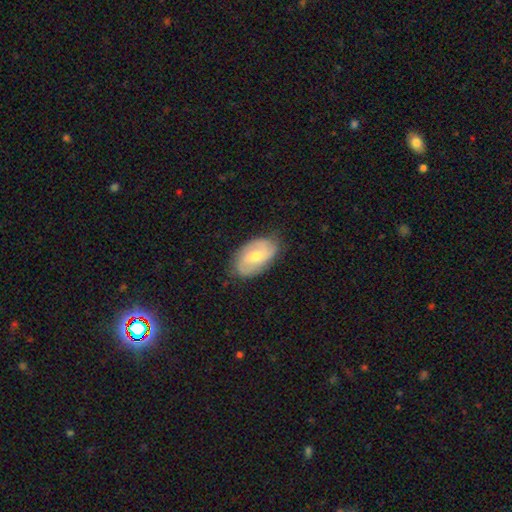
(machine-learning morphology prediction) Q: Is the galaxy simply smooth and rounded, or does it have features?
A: featured or disk — 54%.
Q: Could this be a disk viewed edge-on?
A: no — 95%.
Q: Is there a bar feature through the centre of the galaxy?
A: no — 46%.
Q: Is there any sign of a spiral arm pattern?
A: yes — 82%.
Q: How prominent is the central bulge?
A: moderate — 60%.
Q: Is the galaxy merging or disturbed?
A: none — 76%.